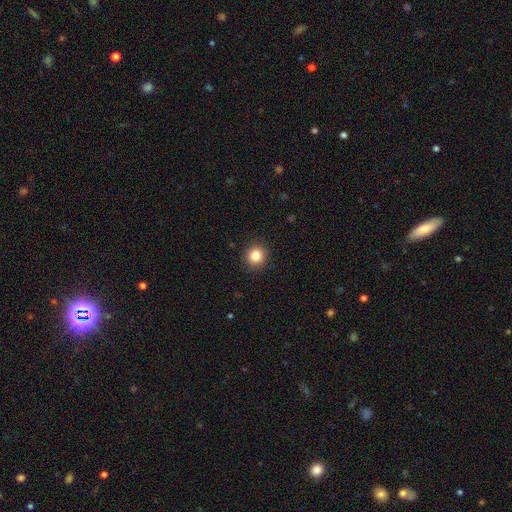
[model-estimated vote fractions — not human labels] The model was most divided on "smooth or featured": smooth: 84%, star or artifact: 11%, featured or disk: 5%. More confident: how rounded — round (93%); merging — none (92%).